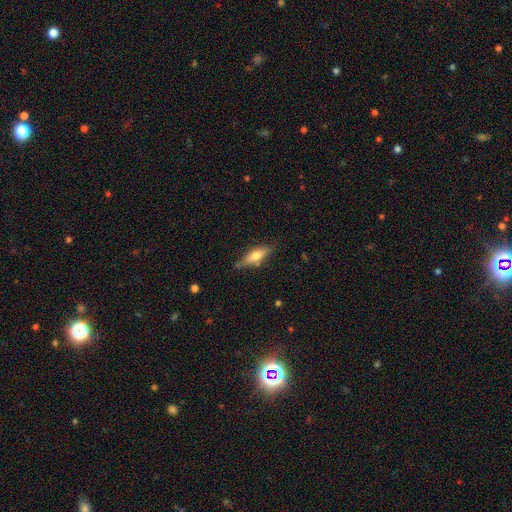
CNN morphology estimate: A smooth galaxy with no disk features (53%) that is cigar-shaped (50%).

Vote fractions:
- Smooth or featured? smooth: 53% / featured or disk: 40% / star or artifact: 7%
- How rounded? cigar-shaped: 50% / in between: 48% / round: 3%
- Merging? none: 76% / minor disturbance: 17% / major disturbance: 4% / merger: 3%